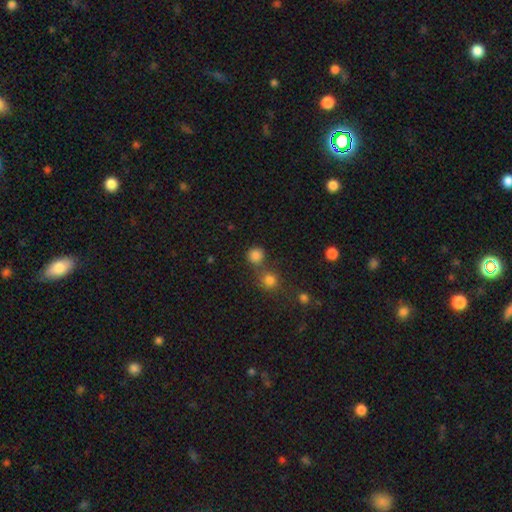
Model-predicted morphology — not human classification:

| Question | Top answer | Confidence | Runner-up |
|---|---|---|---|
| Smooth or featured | smooth | 82% | star or artifact (14%) |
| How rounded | round | 89% | in between (10%) |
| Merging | none | 63% | merger (24%) |